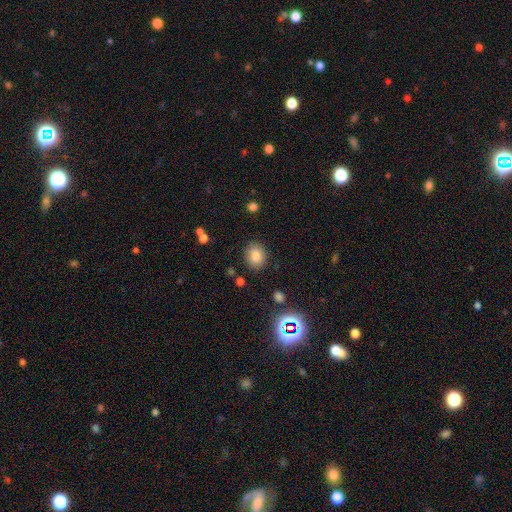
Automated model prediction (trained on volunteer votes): This is clearly a smooth galaxy (82%). How rounded: likely round (62%). Merging: clearly none (86%).